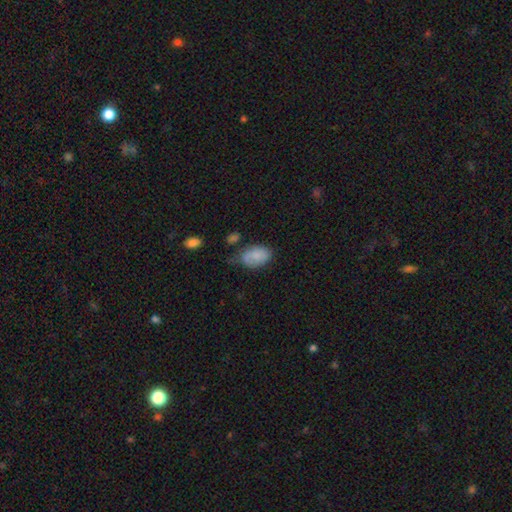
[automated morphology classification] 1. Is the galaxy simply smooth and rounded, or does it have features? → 81% smooth, 12% featured or disk, 8% star or artifact.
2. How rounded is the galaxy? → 89% in between, 10% round, 1% cigar-shaped.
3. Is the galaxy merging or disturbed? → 50% none, 32% minor disturbance, 11% major disturbance, 8% merger.